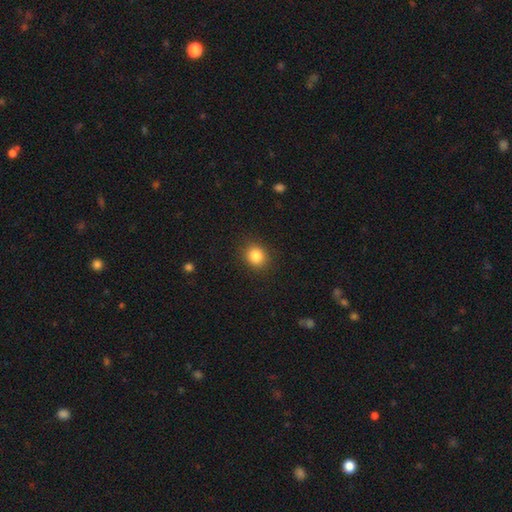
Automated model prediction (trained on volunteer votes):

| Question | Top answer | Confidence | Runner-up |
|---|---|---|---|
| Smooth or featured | smooth | 84% | star or artifact (10%) |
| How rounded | round | 74% | in between (25%) |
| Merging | none | 88% | minor disturbance (8%) |